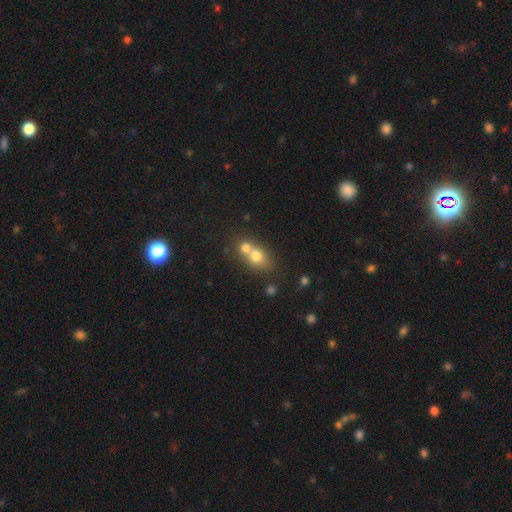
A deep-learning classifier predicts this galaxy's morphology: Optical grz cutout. It shows a smooth galaxy with no disk features (72%) that is round (57%). Merging: merger (64%).